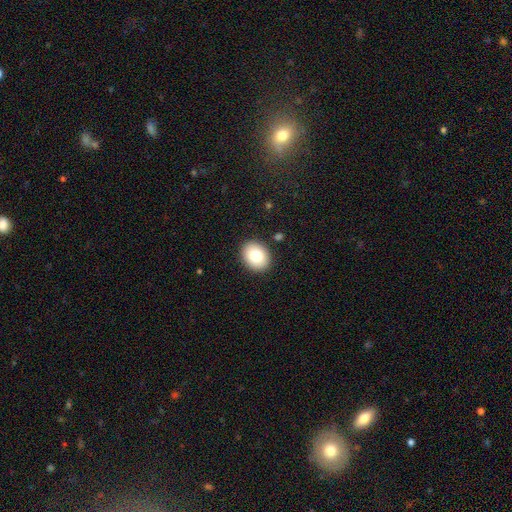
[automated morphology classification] smooth-or-featured: smooth: 80% | featured or disk: 12% | star or artifact: 8%
  how-rounded: in between: 56% | round: 43% | cigar-shaped: 1%
  merging: none: 90% | minor disturbance: 7% | major disturbance: 2% | merger: 1%